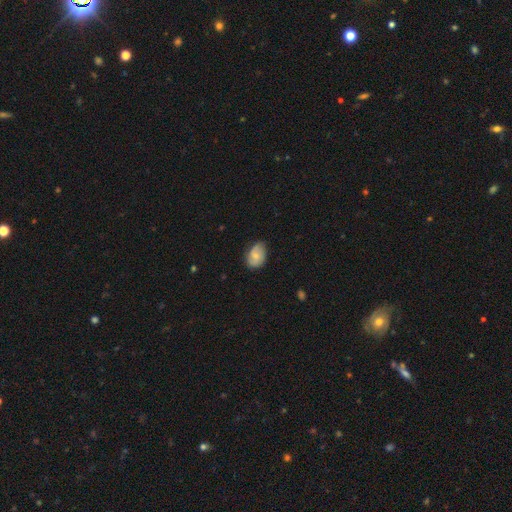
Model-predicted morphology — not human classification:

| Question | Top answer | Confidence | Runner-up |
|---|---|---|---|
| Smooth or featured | smooth | 64% | featured or disk (29%) |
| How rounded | in between | 78% | round (21%) |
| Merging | none | 62% | minor disturbance (31%) |